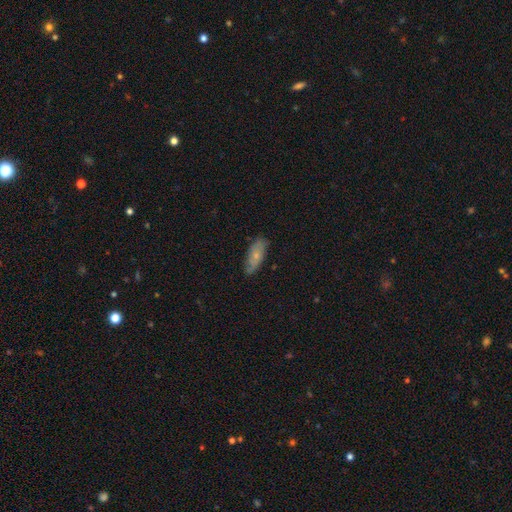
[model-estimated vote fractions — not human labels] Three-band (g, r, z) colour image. It shows a smooth galaxy with no disk features (60%) that is in between round and cigar-shaped (72%). Merging: none (77%).